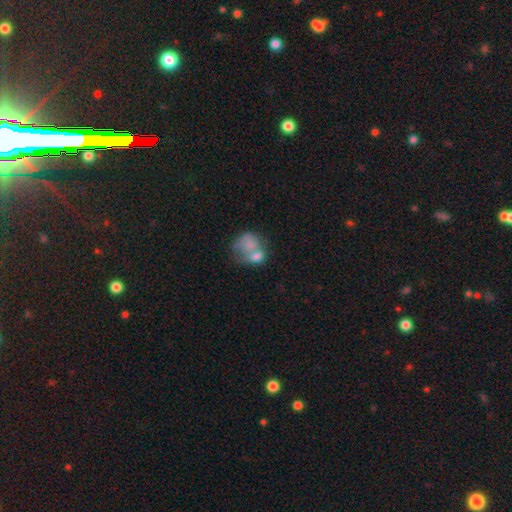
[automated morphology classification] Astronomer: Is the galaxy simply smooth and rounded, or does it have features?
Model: smooth — 64%.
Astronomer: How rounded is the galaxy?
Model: round — 50% (runner-up: in between, 49%).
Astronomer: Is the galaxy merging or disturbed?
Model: merger — 53%.